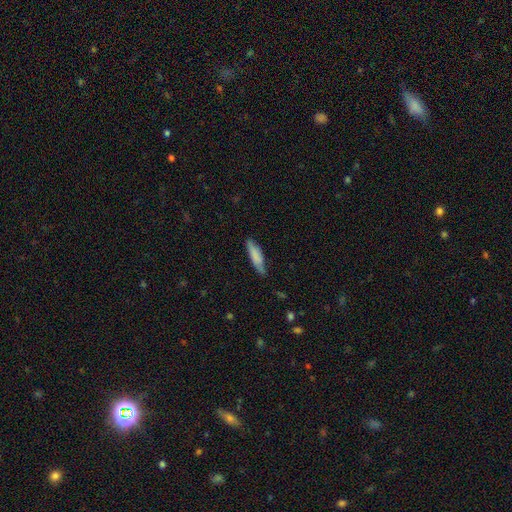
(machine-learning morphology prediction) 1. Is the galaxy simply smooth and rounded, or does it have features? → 78% smooth, 16% featured or disk, 6% star or artifact.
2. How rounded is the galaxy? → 71% cigar-shaped, 28% in between, 1% round.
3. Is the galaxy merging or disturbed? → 73% none, 22% minor disturbance, 3% major disturbance, 2% merger.